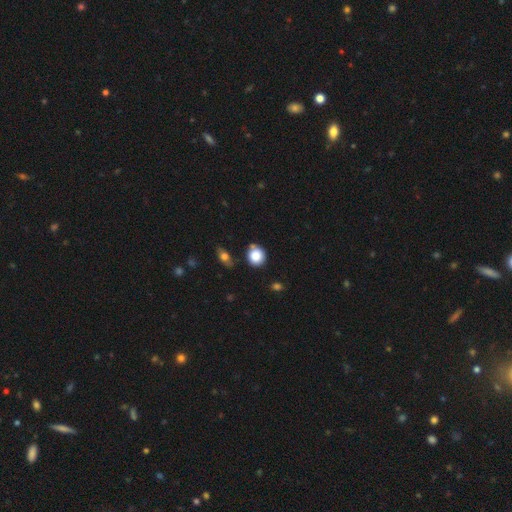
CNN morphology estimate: smooth-or-featured: smooth: 84% | star or artifact: 9% | featured or disk: 6%
  how-rounded: round: 83% | in between: 16% | cigar-shaped: 1%
  merging: none: 71% | minor disturbance: 18% | merger: 7% | major disturbance: 4%